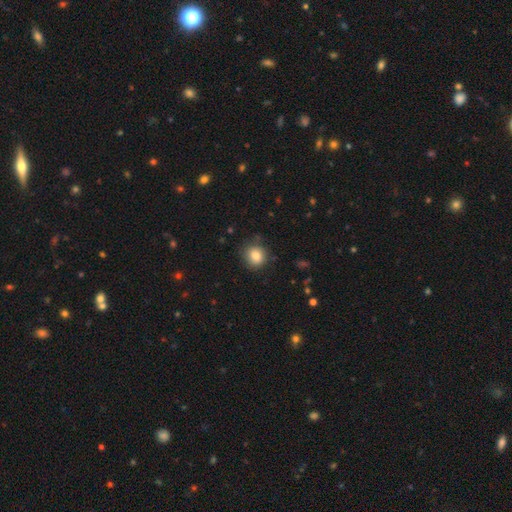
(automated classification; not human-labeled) Morphology: type=smooth (84%); roundness=round (83%); merging=none (81%).